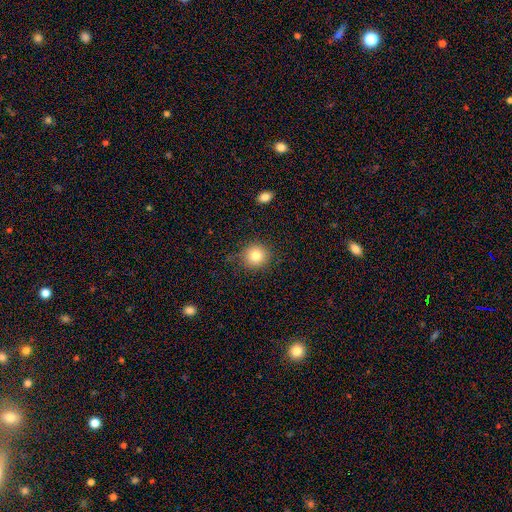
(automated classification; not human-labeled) This appears to be a smooth galaxy with no disk features (80%) that is round (92%). Merging: none (83%).